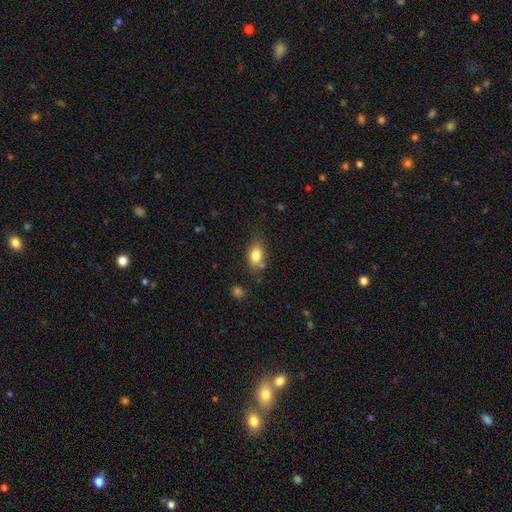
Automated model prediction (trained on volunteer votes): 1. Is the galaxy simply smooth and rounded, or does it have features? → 81% smooth, 10% featured or disk, 9% star or artifact.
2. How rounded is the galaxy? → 79% in between, 18% round, 3% cigar-shaped.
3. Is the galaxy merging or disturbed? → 63% none, 24% minor disturbance, 7% merger, 6% major disturbance.